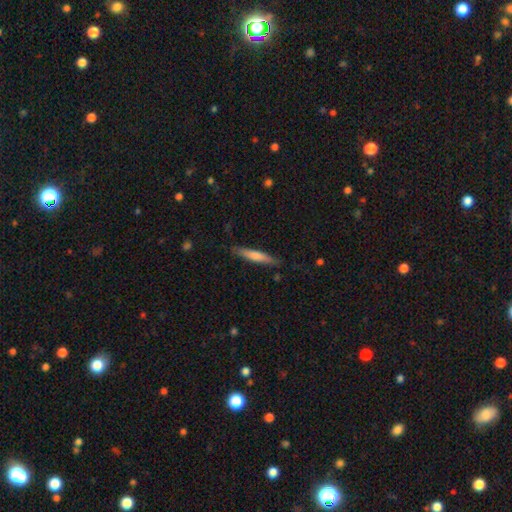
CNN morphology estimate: Smooth or featured? smooth (66%)
How rounded? cigar-shaped (90%)
Merging? none (85%)